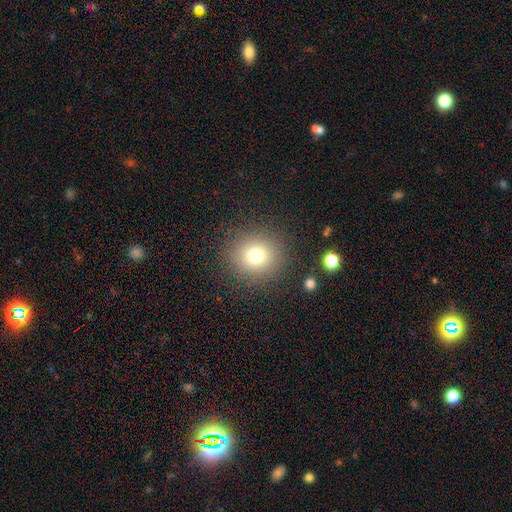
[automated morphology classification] smooth 74%, star or artifact 16%, featured or disk 10%. Down the decision tree: how rounded — round (91%); merging — none (88%).